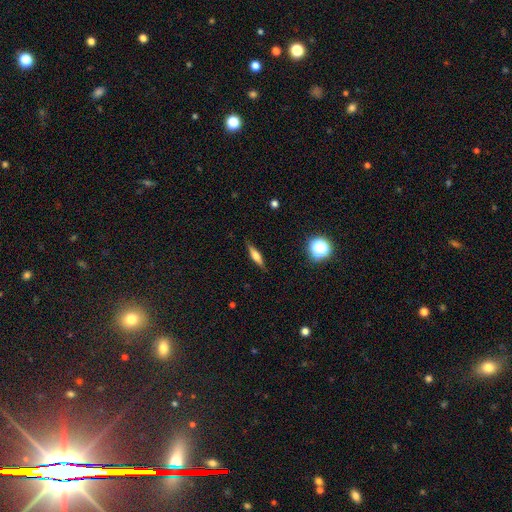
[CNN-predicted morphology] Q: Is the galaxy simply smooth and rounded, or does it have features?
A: smooth — 51%.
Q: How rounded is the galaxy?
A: cigar-shaped — 72%.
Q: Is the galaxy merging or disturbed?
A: none — 86%.